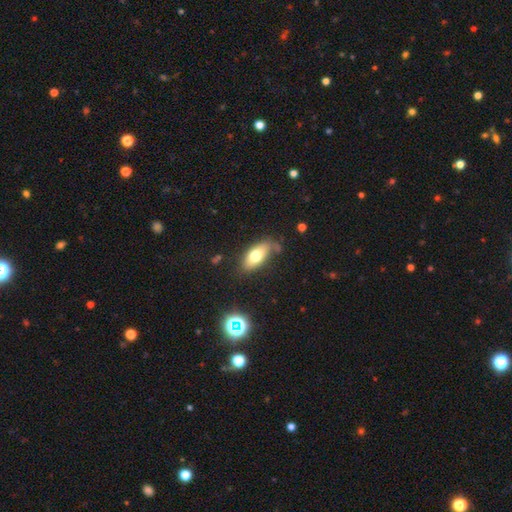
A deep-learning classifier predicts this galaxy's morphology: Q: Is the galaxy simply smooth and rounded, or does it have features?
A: smooth — 70%.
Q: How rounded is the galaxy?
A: in between — 85%.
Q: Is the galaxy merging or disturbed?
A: none — 65%.